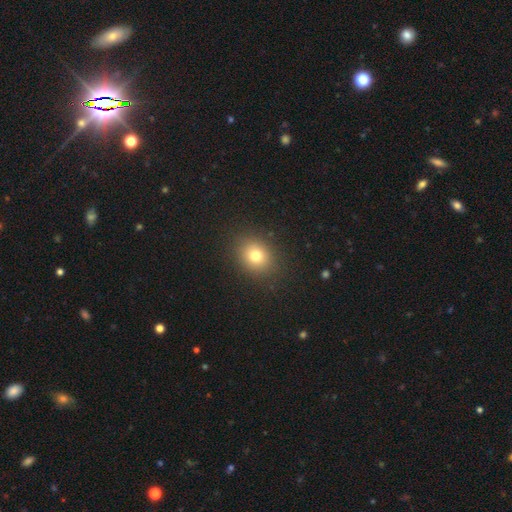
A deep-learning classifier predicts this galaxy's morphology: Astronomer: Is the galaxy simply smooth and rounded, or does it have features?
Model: smooth — 77%.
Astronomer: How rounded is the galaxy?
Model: round — 64%.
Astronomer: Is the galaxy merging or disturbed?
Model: none — 88%.